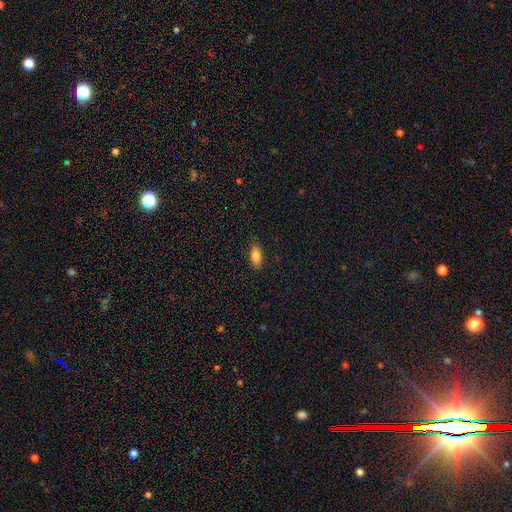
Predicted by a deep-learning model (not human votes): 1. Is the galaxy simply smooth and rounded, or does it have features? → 85% smooth, 8% star or artifact, 7% featured or disk.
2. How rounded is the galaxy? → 85% in between, 12% cigar-shaped, 3% round.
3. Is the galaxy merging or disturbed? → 85% none, 12% minor disturbance, 3% major disturbance, 1% merger.